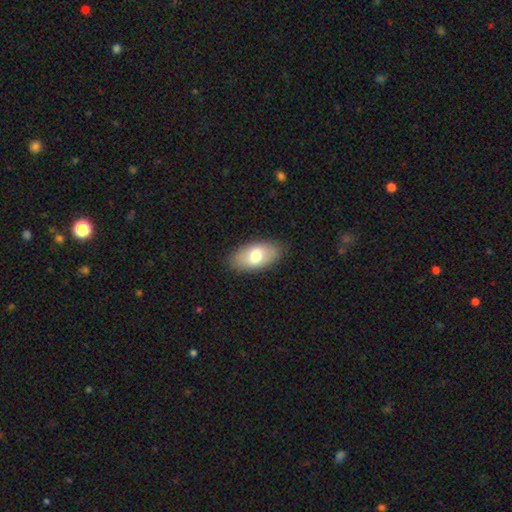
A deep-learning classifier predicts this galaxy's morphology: Smooth or featured? Predicted: smooth (p=0.71). How rounded? Predicted: in between (p=0.93). Merging? Predicted: none (p=0.86).